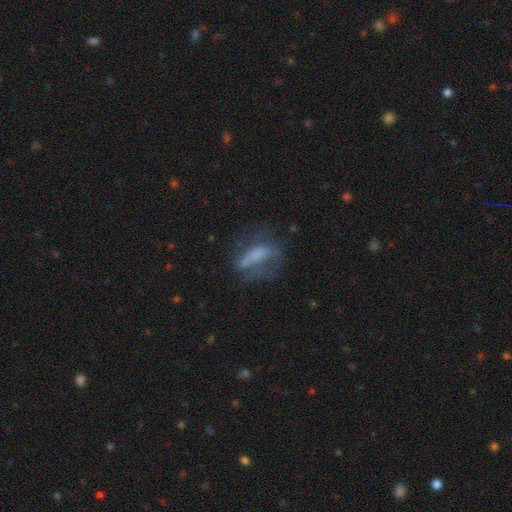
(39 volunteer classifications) Smooth or featured: smooth — 59% (featured or disk — 36%)
How rounded: in between — 74% (cigar-shaped — 26%)
Merging: none — 46% (major disturbance — 30%)